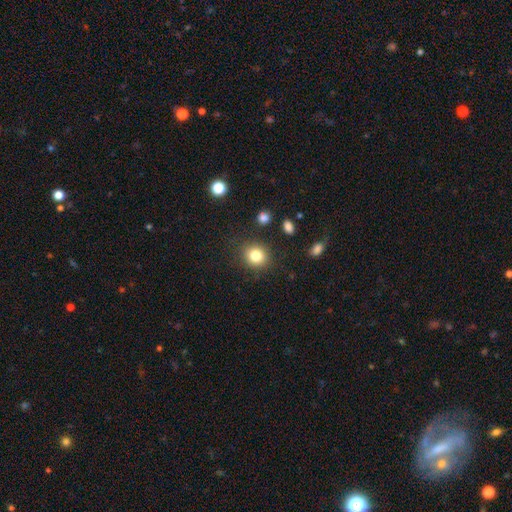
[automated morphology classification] Smooth or featured?
  - smooth: 82% *
  - star or artifact: 11%
  - featured or disk: 7%
How rounded?
  - round: 78% *
  - in between: 21%
  - cigar-shaped: 1%
Merging?
  - none: 87% *
  - minor disturbance: 8%
  - major disturbance: 3%
  - merger: 2%